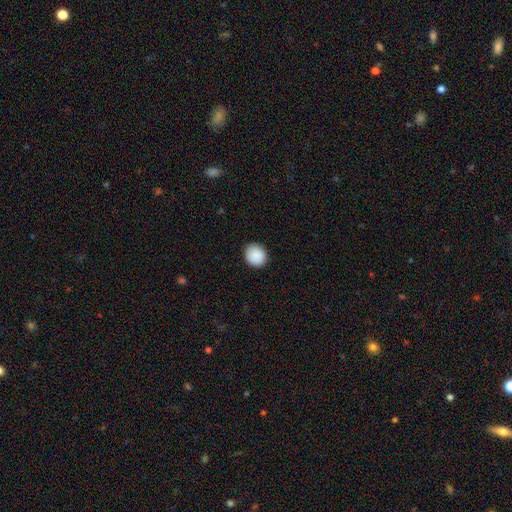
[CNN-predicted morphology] The model was most divided on "how rounded": round: 81%, in between: 18%, cigar-shaped: 1%. More confident: smooth or featured — smooth (90%); merging — none (89%).